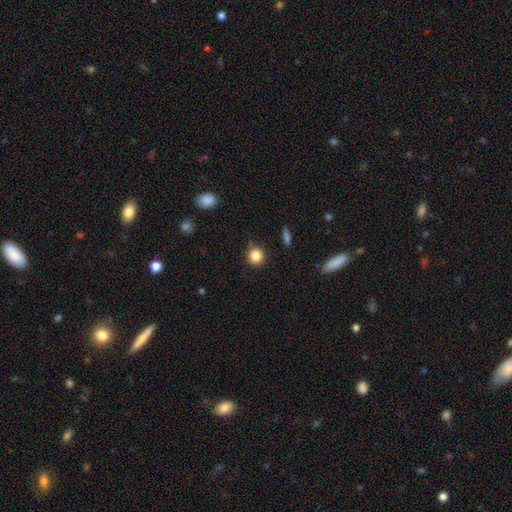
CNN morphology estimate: type=smooth (84%); roundness=round (88%); merging=none (69%).